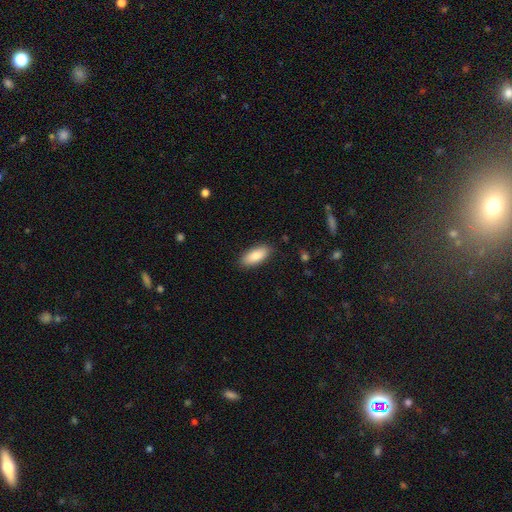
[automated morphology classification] Smooth or featured? Predicted: smooth (p=0.87). How rounded? Predicted: in between (p=0.85). Merging? Predicted: none (p=0.87).